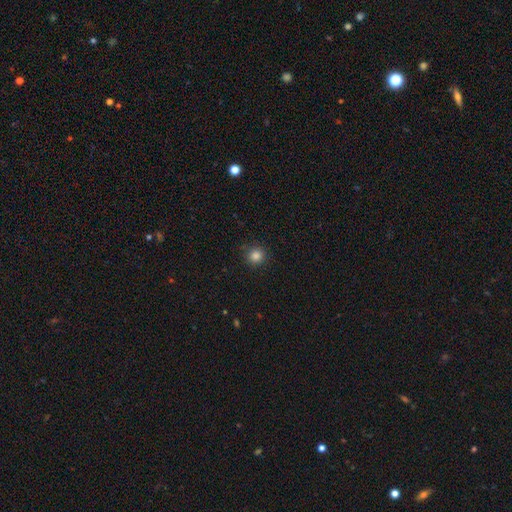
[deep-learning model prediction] smooth_or_featured: smooth (p=0.84) [alt: star or artifact p=0.12]
how_rounded: round (p=0.92) [alt: in between p=0.07]
merging: none (p=0.89) [alt: minor disturbance p=0.07]